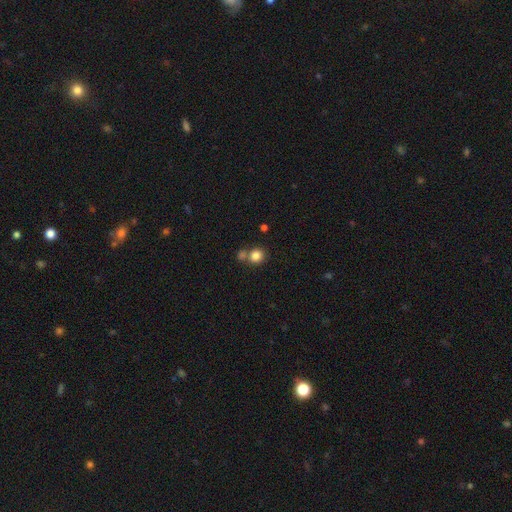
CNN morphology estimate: Smooth or featured: smooth — 83% (star or artifact — 11%)
How rounded: round — 86% (in between — 13%)
Merging: none — 59% (merger — 29%)